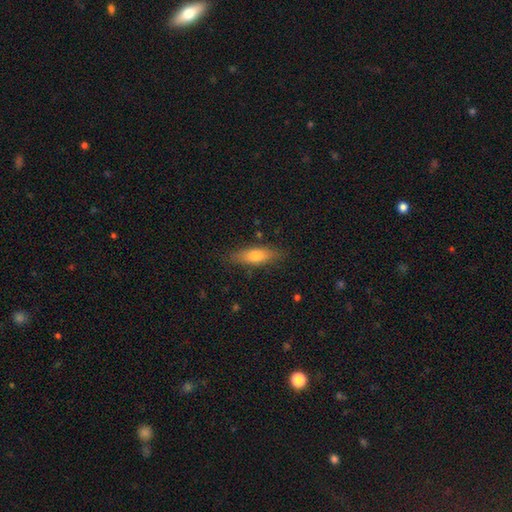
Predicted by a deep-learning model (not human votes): Morphology: type=smooth (70%); roundness=in between (53%); merging=none (83%).